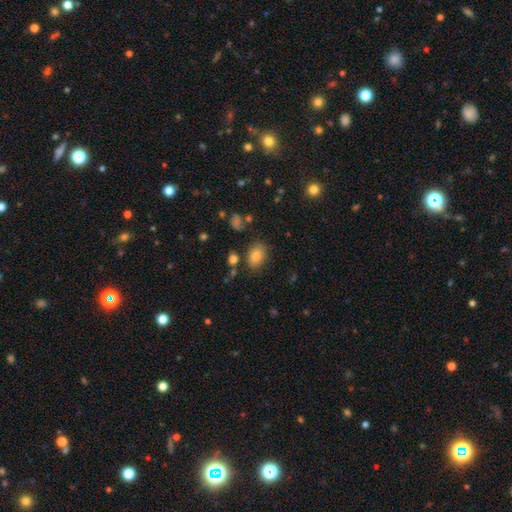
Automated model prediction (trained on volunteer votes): Smooth or featured? Predicted: smooth (p=0.81). How rounded? Predicted: in between (p=0.78). Merging? Predicted: none (p=0.77).